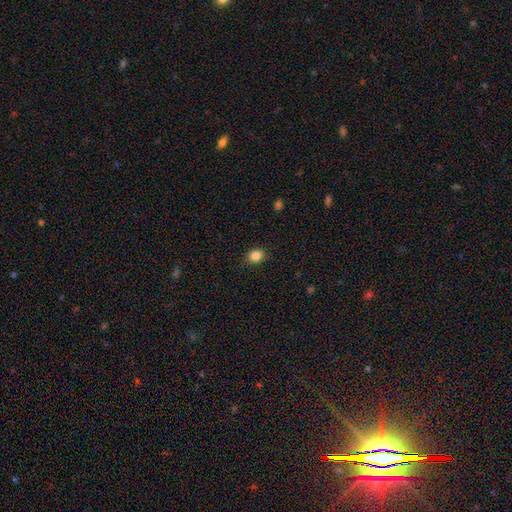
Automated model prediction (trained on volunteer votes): This appears to be a smooth galaxy with no disk features (85%) that is round (61%). Merging: none (87%).